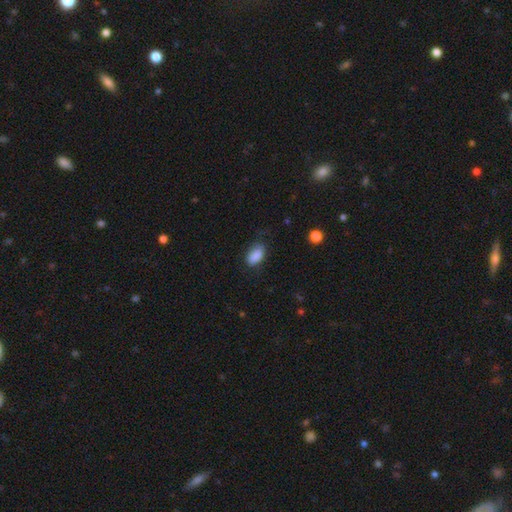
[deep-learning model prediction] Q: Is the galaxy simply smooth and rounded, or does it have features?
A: smooth — 87%.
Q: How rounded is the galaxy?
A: in between — 92%.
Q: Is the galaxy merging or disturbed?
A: none — 66%.